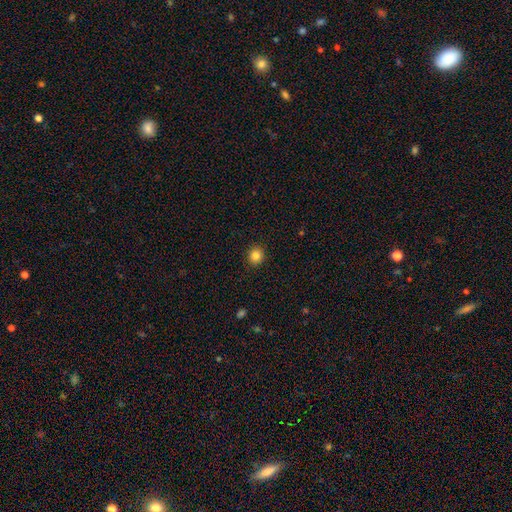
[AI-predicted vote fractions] This appears to be a smooth galaxy with no disk features (84%) that is round (88%). Merging: none (91%).